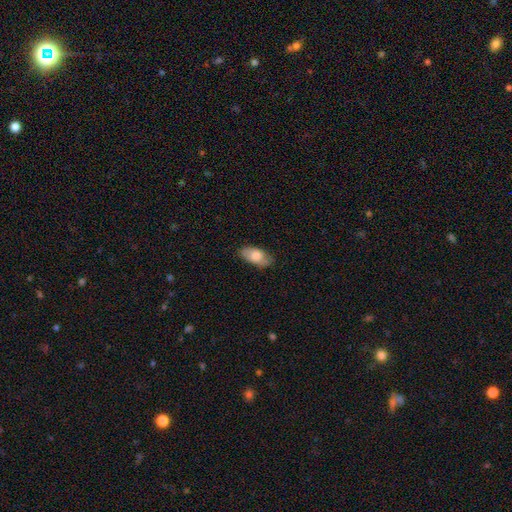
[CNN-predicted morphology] Smooth or featured? smooth (74%)
How rounded? in between (91%)
Merging? none (74%)